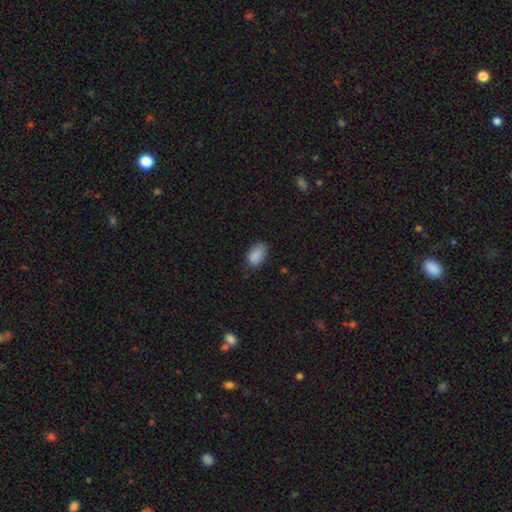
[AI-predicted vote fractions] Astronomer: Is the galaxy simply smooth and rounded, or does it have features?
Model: smooth — 87%.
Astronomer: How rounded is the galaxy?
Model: in between — 90%.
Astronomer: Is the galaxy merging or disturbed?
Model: none — 69%.